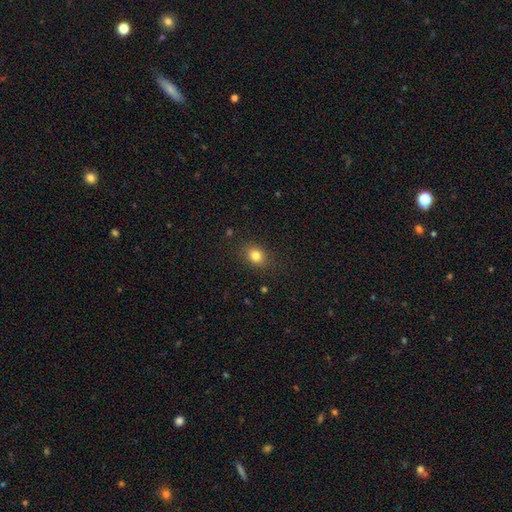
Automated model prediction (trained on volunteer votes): Q: Smooth or featured?
A: smooth (82%); runner-up: star or artifact (11%)
Q: How rounded?
A: round (52%); runner-up: in between (47%)
Q: Merging?
A: none (84%); runner-up: minor disturbance (11%)